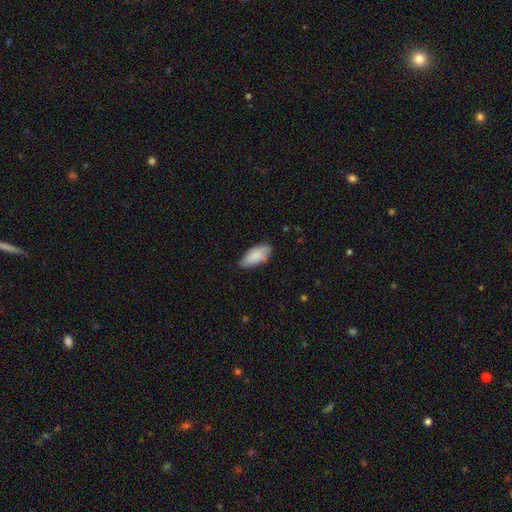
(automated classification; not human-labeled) Smooth or featured? smooth (86%)
How rounded? in between (90%)
Merging? none (79%)